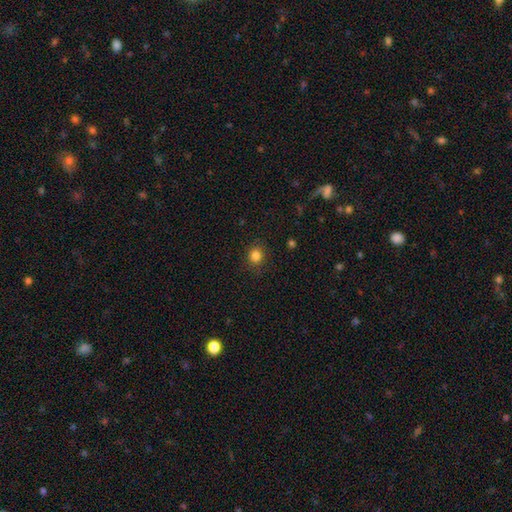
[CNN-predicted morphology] A smooth galaxy with no disk features (84%) that is round (82%).

Vote fractions:
- Smooth or featured? smooth: 84% / star or artifact: 12% / featured or disk: 4%
- How rounded? round: 82% / in between: 17% / cigar-shaped: 1%
- Merging? none: 88% / minor disturbance: 8% / major disturbance: 3% / merger: 1%